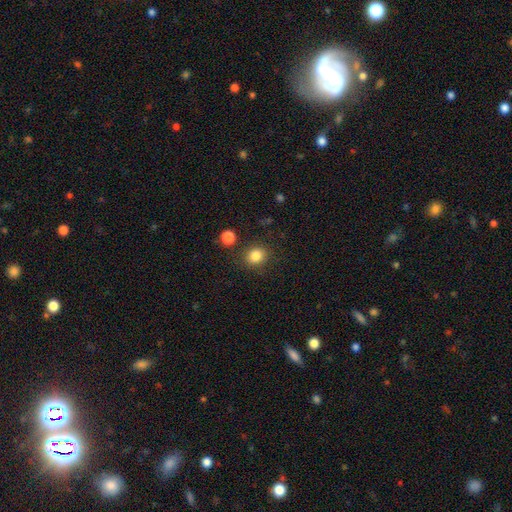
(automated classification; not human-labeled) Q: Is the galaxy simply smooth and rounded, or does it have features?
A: smooth — 84%.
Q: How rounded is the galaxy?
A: round — 71%.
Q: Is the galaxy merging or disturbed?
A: none — 84%.